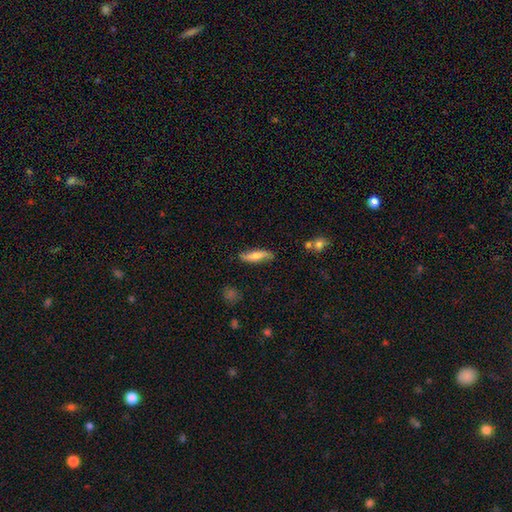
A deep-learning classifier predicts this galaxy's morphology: Q: Smooth or featured?
A: smooth (62%); runner-up: featured or disk (32%)
Q: How rounded?
A: cigar-shaped (64%); runner-up: in between (34%)
Q: Merging?
A: none (78%); runner-up: minor disturbance (17%)